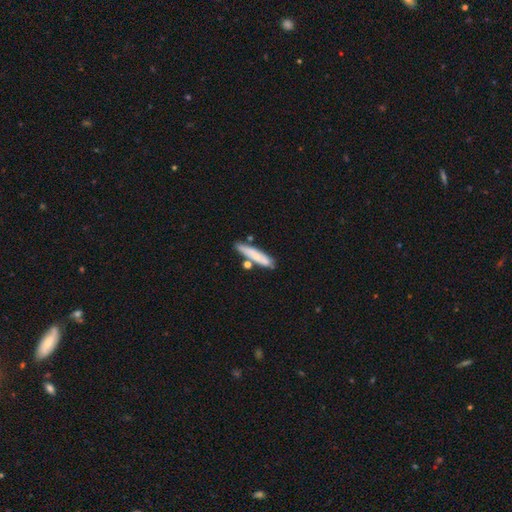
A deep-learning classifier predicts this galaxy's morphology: A smooth galaxy with no disk features (67%) that is cigar-shaped (83%).

Vote fractions:
- Smooth or featured? smooth: 67% / featured or disk: 26% / star or artifact: 7%
- How rounded? cigar-shaped: 83% / in between: 15% / round: 2%
- Merging? none: 66% / minor disturbance: 16% / merger: 14% / major disturbance: 4%